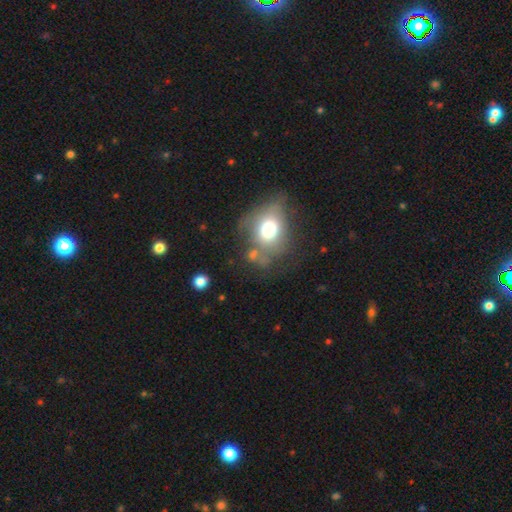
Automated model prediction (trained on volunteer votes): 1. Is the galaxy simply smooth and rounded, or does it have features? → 64% smooth, 22% featured or disk, 14% star or artifact.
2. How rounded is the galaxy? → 51% round, 48% in between, 2% cigar-shaped.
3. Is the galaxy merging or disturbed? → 49% none, 25% minor disturbance, 16% major disturbance, 10% merger.